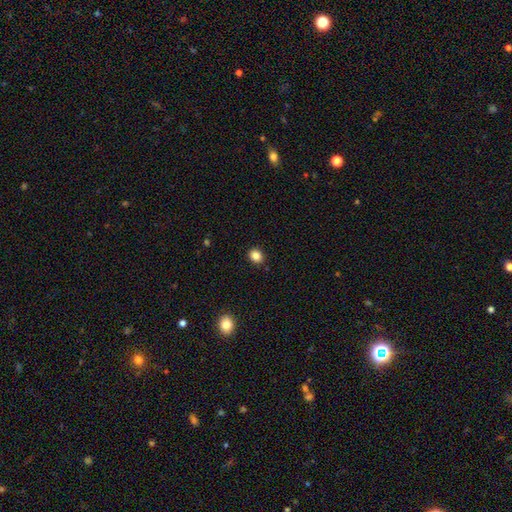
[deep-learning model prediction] The model was most divided on "how rounded": round: 65%, in between: 34%, cigar-shaped: 1%. More confident: merging — none (90%); smooth or featured — smooth (85%).